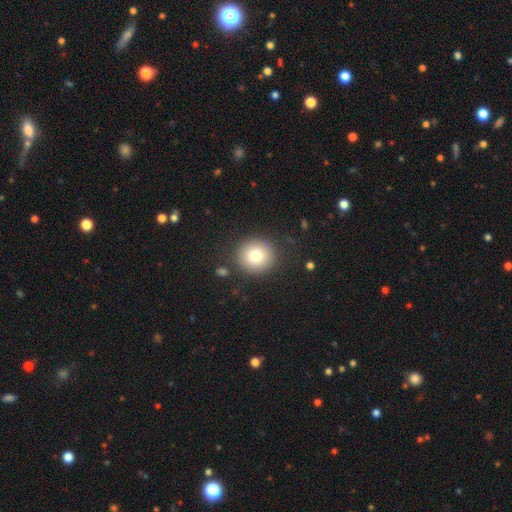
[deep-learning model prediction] A smooth galaxy with no disk features (80%) that is round (90%).

Vote fractions:
- Smooth or featured? smooth: 80% / star or artifact: 10% / featured or disk: 10%
- How rounded? round: 90% / in between: 9% / cigar-shaped: 1%
- Merging? none: 87% / minor disturbance: 8% / major disturbance: 3% / merger: 2%